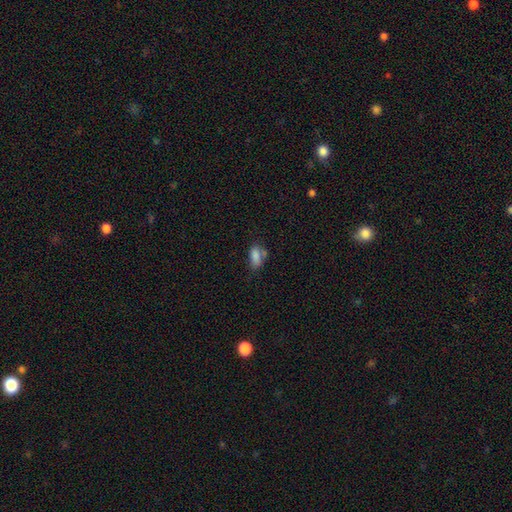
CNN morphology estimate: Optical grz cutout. It shows a smooth galaxy with no disk features (82%) that is in between round and cigar-shaped (86%). Merging: none (48%).